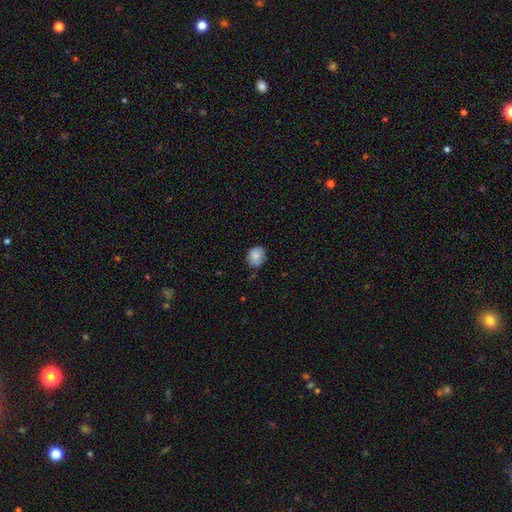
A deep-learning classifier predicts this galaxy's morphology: smooth-or-featured: smooth: 82% | featured or disk: 10% | star or artifact: 8%
  how-rounded: round: 63% | in between: 36% | cigar-shaped: 1%
  merging: none: 72% | minor disturbance: 22% | major disturbance: 3% | merger: 2%